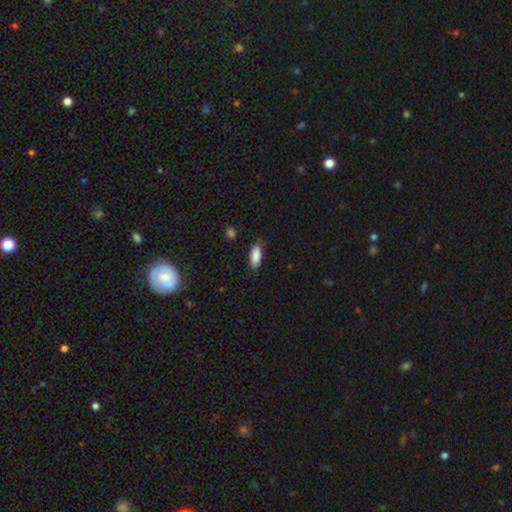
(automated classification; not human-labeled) A smooth galaxy with no disk features (88%) that is in between round and cigar-shaped (85%). Merging: none (77%).